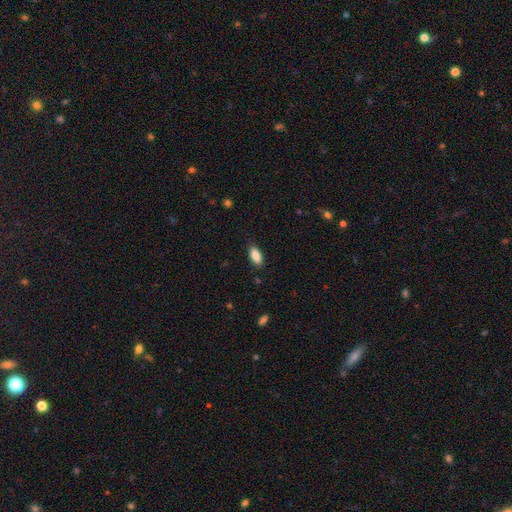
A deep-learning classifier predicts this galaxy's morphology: This appears to be a smooth galaxy with no disk features (88%) that is in between round and cigar-shaped (87%). Merging: none (86%).